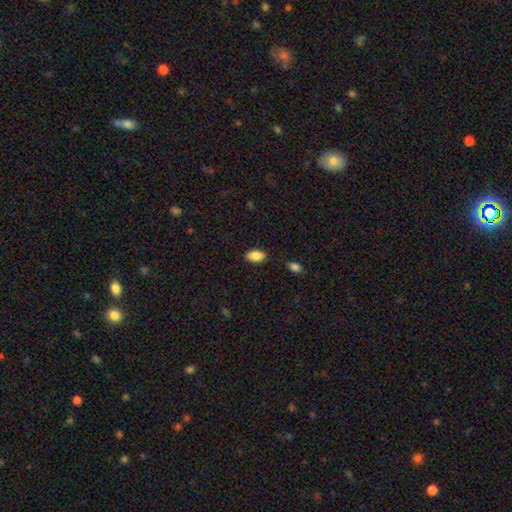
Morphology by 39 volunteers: A smooth galaxy with no disk features (85%) that is in between round and cigar-shaped (91%). Merging: none (92%).